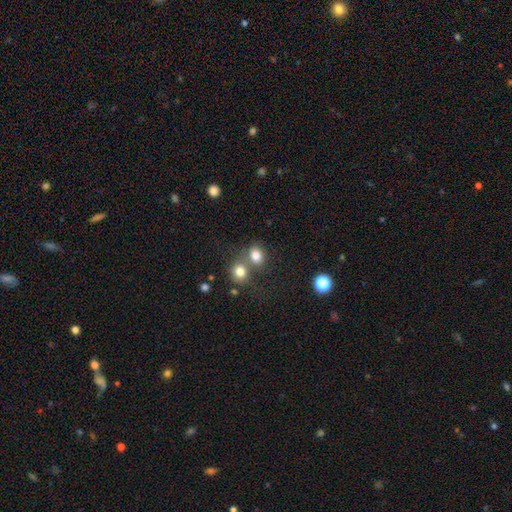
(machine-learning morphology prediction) Smooth or featured? smooth (80%)
How rounded? round (63%)
Merging? none (46%)